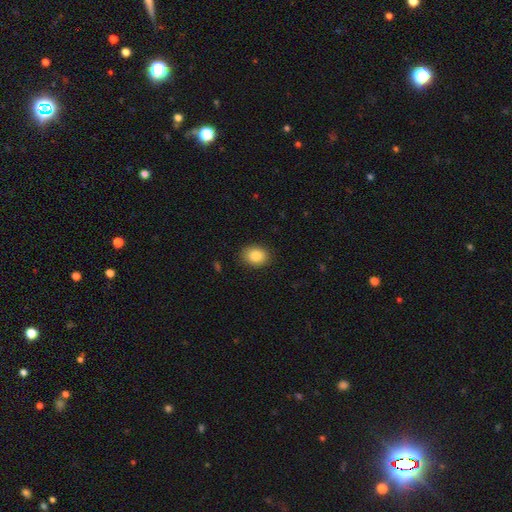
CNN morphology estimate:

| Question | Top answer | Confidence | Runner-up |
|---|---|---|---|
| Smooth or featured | smooth | 88% | star or artifact (8%) |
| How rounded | in between | 63% | round (36%) |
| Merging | none | 88% | minor disturbance (9%) |